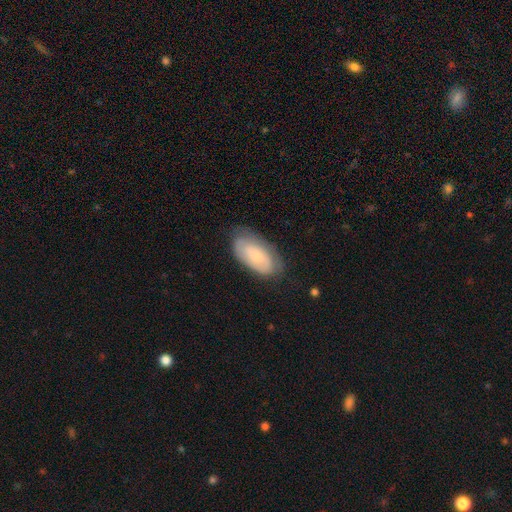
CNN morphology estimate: smooth-or-featured: smooth: 60% | featured or disk: 33% | star or artifact: 7%
  how-rounded: in between: 94% | cigar-shaped: 3% | round: 3%
  merging: none: 69% | minor disturbance: 23% | major disturbance: 7% | merger: 1%